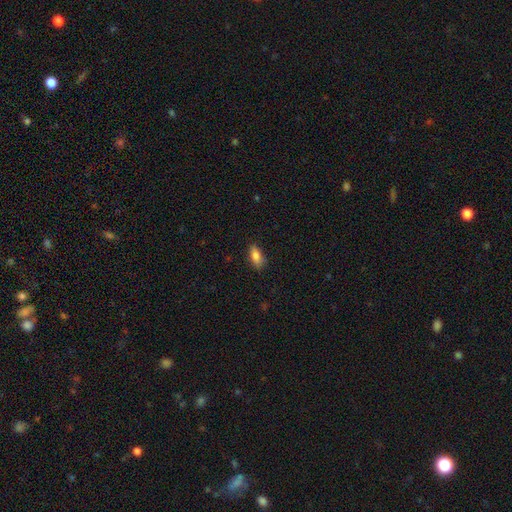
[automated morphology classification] This appears to be a smooth galaxy with no disk features (84%) that is in between round and cigar-shaped (84%). Merging: none (78%).